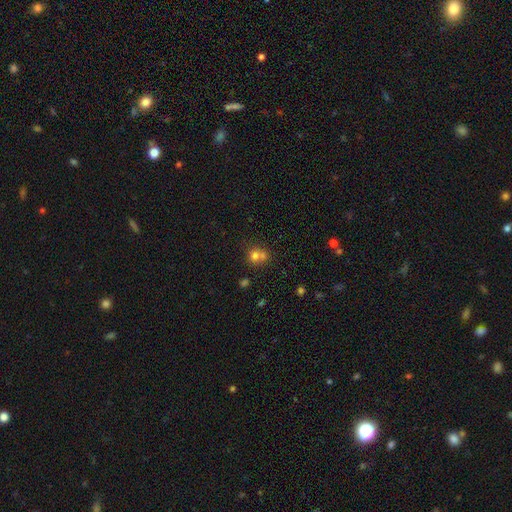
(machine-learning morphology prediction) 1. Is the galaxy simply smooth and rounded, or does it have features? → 72% smooth, 14% featured or disk, 14% star or artifact.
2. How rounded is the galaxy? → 76% round, 23% in between, 1% cigar-shaped.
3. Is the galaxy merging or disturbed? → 55% merger, 34% none, 8% minor disturbance, 4% major disturbance.